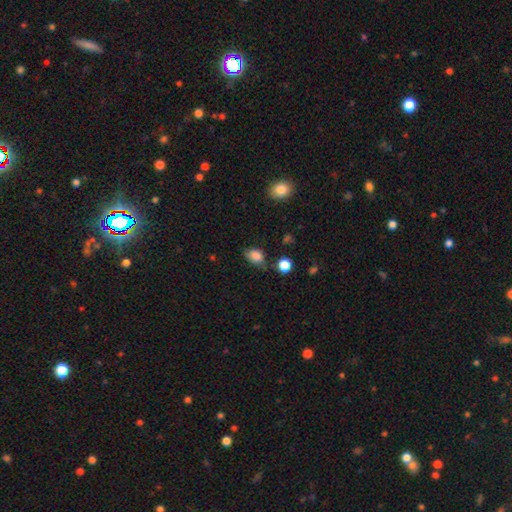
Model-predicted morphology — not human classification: smooth 84%, star or artifact 10%, featured or disk 6%. Down the decision tree: how rounded — in between (74%); merging — none (63%).